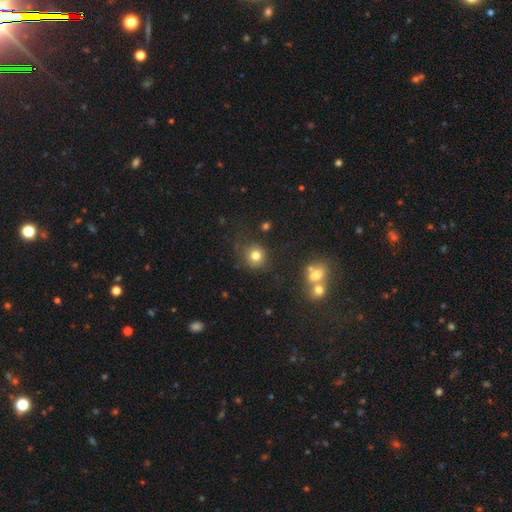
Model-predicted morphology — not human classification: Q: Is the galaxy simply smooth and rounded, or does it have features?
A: smooth — 78%.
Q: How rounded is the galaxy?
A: round — 87%.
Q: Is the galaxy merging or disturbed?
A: none — 75%.